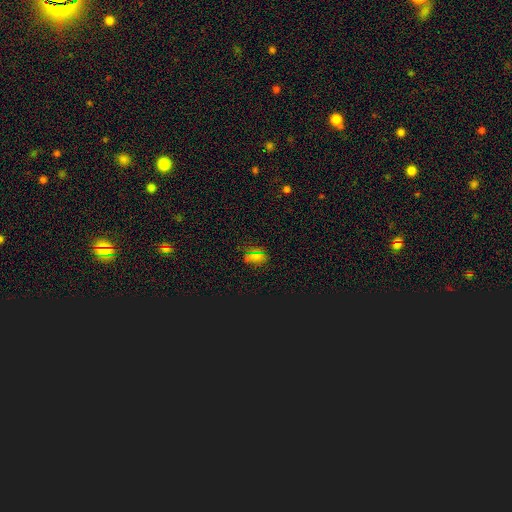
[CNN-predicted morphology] The model was most divided on "smooth or featured": smooth: 51%, star or artifact: 42%, featured or disk: 8%. More confident: merging — none (77%); how rounded — in between (71%).